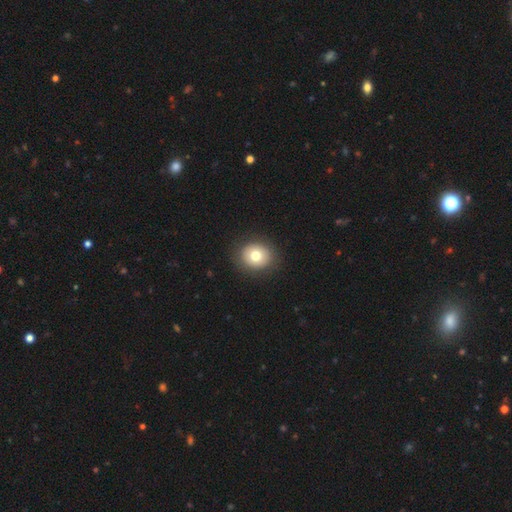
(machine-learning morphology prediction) smooth 76%, featured or disk 15%, star or artifact 9%. Down the decision tree: how rounded — round (75%); merging — none (89%).